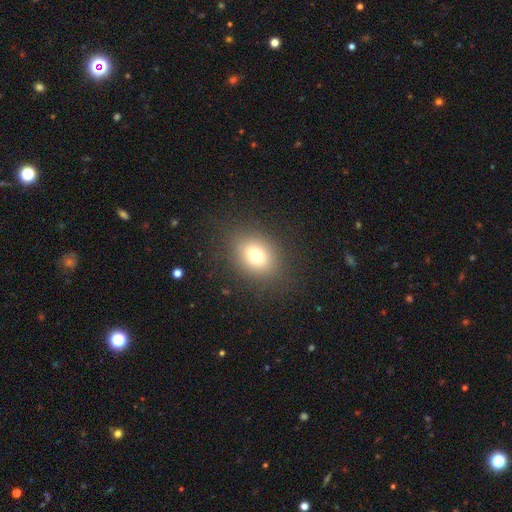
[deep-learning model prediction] This is likely a smooth galaxy (73%). How rounded: possibly round (56%). Merging: clearly none (84%).